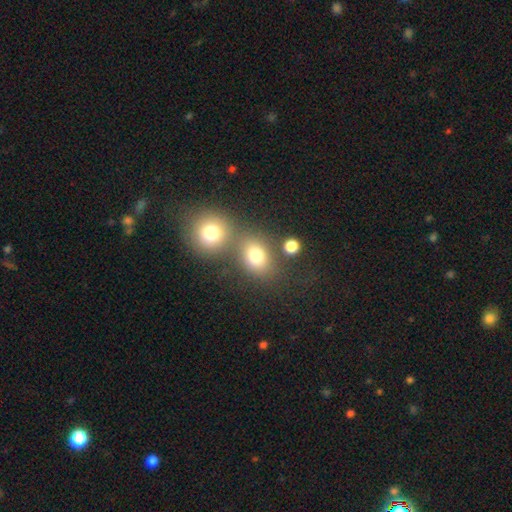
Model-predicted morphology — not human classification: Smooth or featured?
  - smooth: 76% *
  - star or artifact: 14%
  - featured or disk: 10%
How rounded?
  - round: 52% *
  - in between: 46%
  - cigar-shaped: 1%
Merging?
  - none: 54% *
  - merger: 31%
  - minor disturbance: 10%
  - major disturbance: 5%